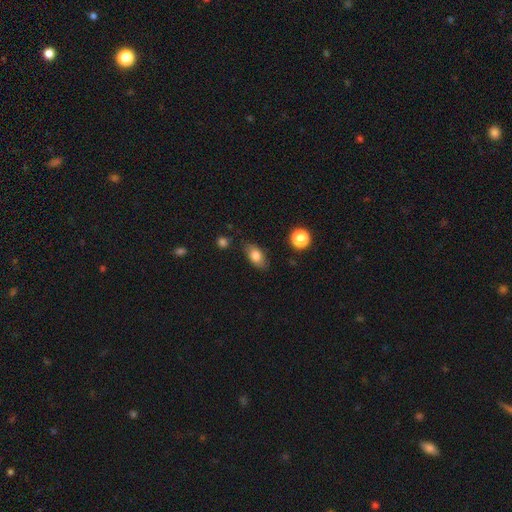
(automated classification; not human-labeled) smooth-or-featured: smooth: 79% | featured or disk: 13% | star or artifact: 8%
  how-rounded: in between: 88% | round: 8% | cigar-shaped: 4%
  merging: none: 80% | minor disturbance: 15% | major disturbance: 3% | merger: 2%